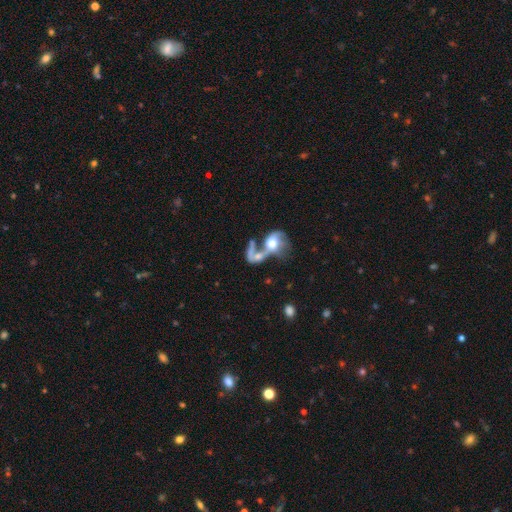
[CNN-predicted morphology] This appears to be a featured or disk galaxy (53%). Merging: merger (71%).